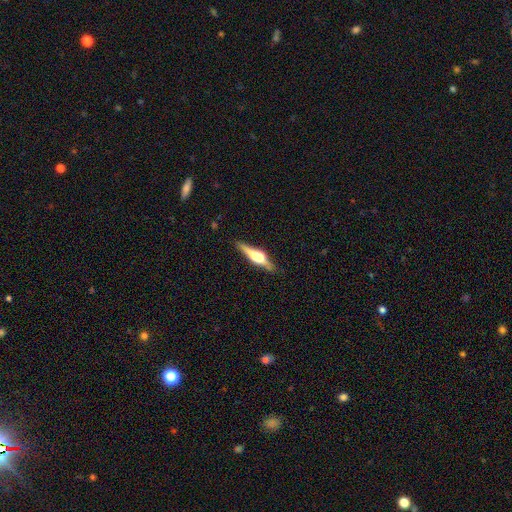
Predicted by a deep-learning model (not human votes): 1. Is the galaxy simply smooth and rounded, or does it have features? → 69% featured or disk, 25% smooth, 6% star or artifact.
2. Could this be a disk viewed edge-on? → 96% yes, 4% no.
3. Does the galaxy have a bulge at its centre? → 92% rounded, 6% boxy, 2% none.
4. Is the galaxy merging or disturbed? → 82% none, 12% minor disturbance, 3% major disturbance, 2% merger.